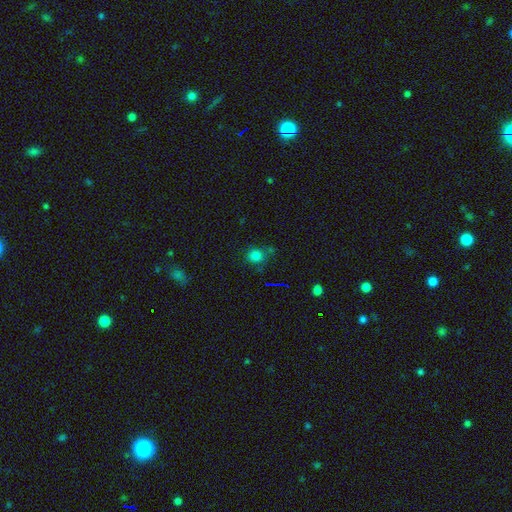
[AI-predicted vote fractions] A smooth galaxy with no disk features (76%) that is round (84%).

Vote fractions:
- Smooth or featured? smooth: 76% / star or artifact: 18% / featured or disk: 6%
- How rounded? round: 84% / in between: 15% / cigar-shaped: 1%
- Merging? none: 69% / minor disturbance: 17% / merger: 8% / major disturbance: 6%